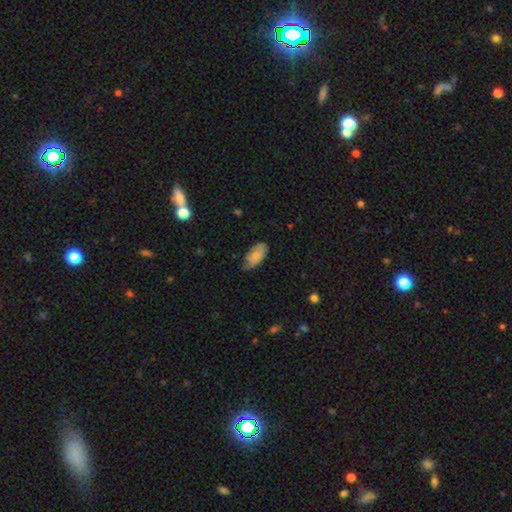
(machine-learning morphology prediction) smooth-or-featured: smooth: 80% | featured or disk: 14% | star or artifact: 6%
  how-rounded: in between: 93% | cigar-shaped: 5% | round: 2%
  merging: none: 60% | minor disturbance: 33% | major disturbance: 5% | merger: 1%